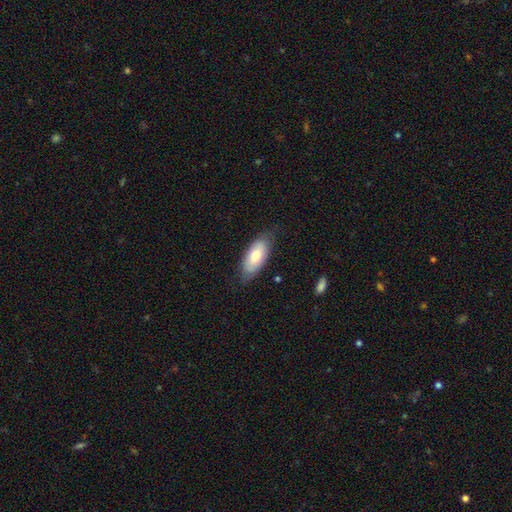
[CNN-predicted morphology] smooth_or_featured: smooth (p=0.70) [alt: featured or disk p=0.24]
how_rounded: in between (p=0.87) [alt: cigar-shaped p=0.11]
merging: none (p=0.75) [alt: minor disturbance p=0.20]